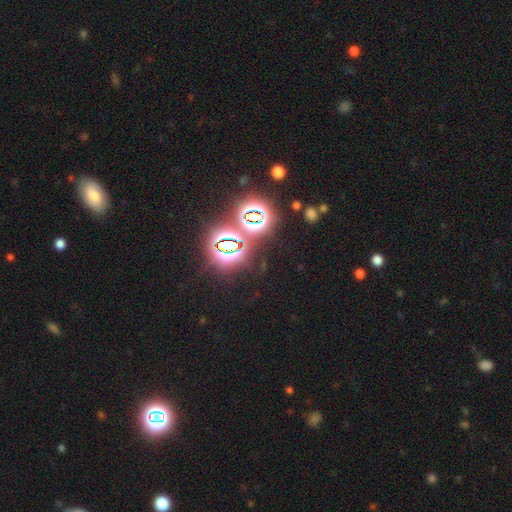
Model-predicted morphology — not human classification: Smooth or featured? star or artifact (78%)